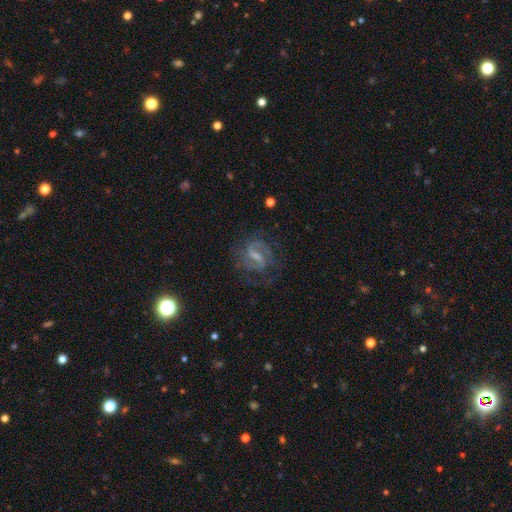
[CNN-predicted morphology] Q: Smooth or featured?
A: featured or disk (75%); runner-up: star or artifact (13%)
Q: Edge-on disk?
A: no (95%); runner-up: yes (5%)
Q: Bar?
A: weak (46%); runner-up: strong (39%)
Q: Spiral arms?
A: yes (92%); runner-up: no (8%)
Q: Spiral winding?
A: medium (47%); runner-up: tight (35%)
Q: Spiral arm count?
A: 2 (64%); runner-up: can't tell (18%)
Q: Bulge size?
A: small (45%); runner-up: moderate (26%)
Q: Merging?
A: none (72%); runner-up: minor disturbance (15%)